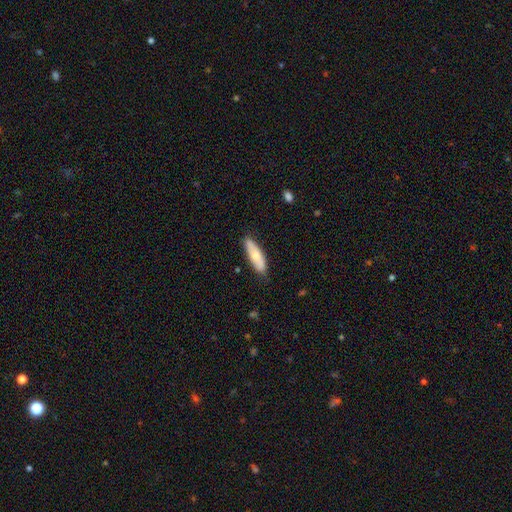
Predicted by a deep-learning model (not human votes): This is likely a smooth galaxy (62%). How rounded: possibly cigar-shaped (52%). Merging: clearly none (82%).